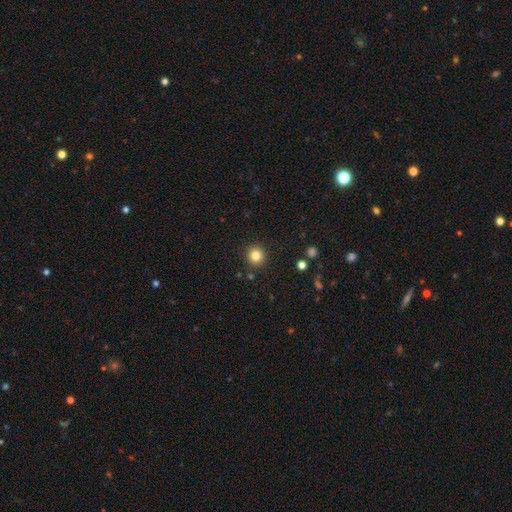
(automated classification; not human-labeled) smooth 82%, star or artifact 12%, featured or disk 6%. Down the decision tree: how rounded — round (94%); merging — none (91%).